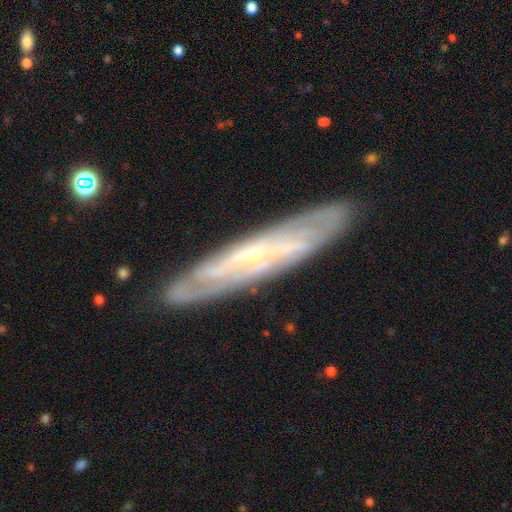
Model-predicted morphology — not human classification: Smooth or featured: featured or disk — 76% (smooth — 18%)
Edge-on disk: no — 53% (yes — 47%)
Merging: none — 83% (minor disturbance — 12%)